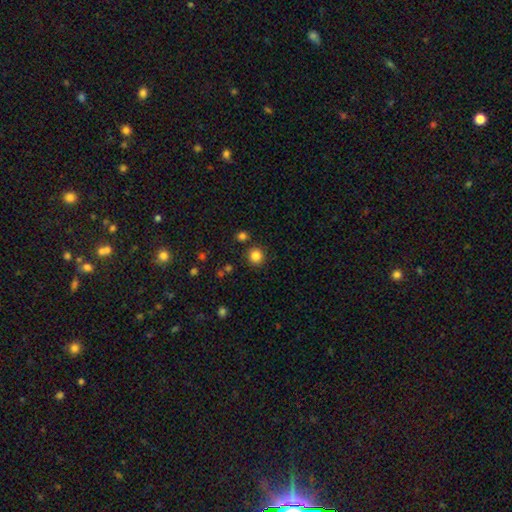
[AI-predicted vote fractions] Smooth or featured? Predicted: smooth (p=0.84). How rounded? Predicted: round (p=0.93). Merging? Predicted: none (p=0.88).